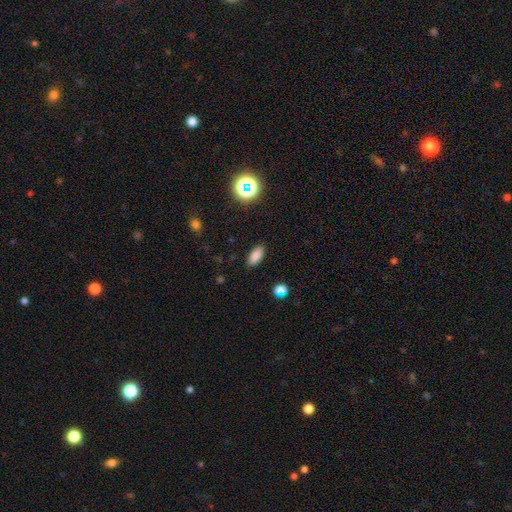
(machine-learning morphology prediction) Q: Smooth or featured?
A: smooth (84%); runner-up: star or artifact (11%)
Q: How rounded?
A: in between (86%); runner-up: cigar-shaped (11%)
Q: Merging?
A: none (87%); runner-up: minor disturbance (9%)